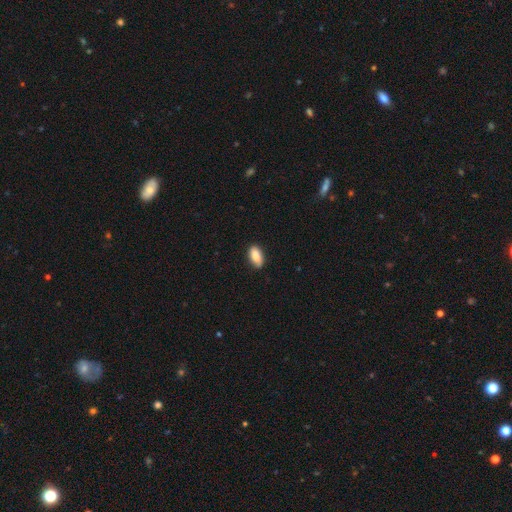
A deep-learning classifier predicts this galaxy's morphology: smooth_or_featured: smooth (p=0.88) [alt: star or artifact p=0.06]
how_rounded: in between (p=0.92) [alt: cigar-shaped p=0.05]
merging: none (p=0.83) [alt: minor disturbance p=0.14]